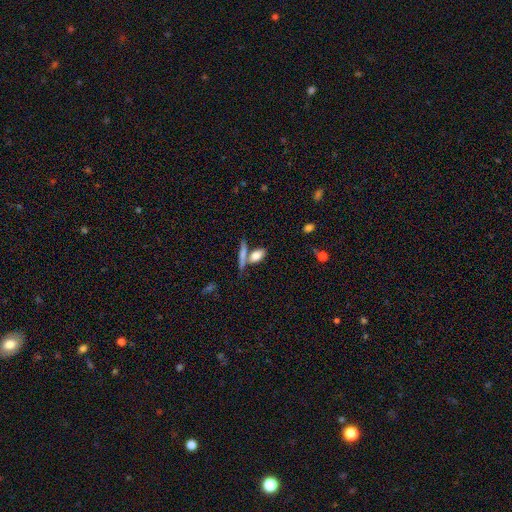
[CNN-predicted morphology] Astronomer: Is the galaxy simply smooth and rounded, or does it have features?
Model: smooth — 74%.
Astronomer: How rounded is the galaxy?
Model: in between — 69%.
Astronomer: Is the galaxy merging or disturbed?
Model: none — 53% (runner-up: merger, 31%).